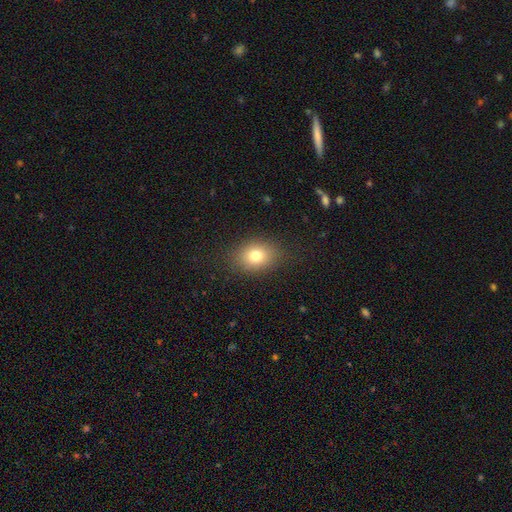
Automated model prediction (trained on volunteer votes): Smooth or featured?
  - smooth: 77% *
  - star or artifact: 12%
  - featured or disk: 11%
How rounded?
  - in between: 60% *
  - round: 39%
  - cigar-shaped: 1%
Merging?
  - none: 85% *
  - minor disturbance: 10%
  - major disturbance: 4%
  - merger: 1%